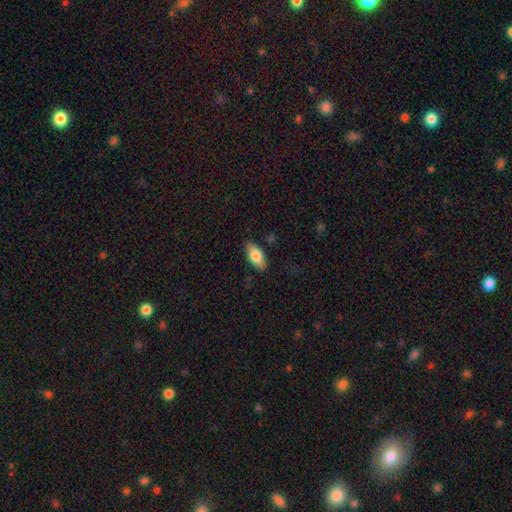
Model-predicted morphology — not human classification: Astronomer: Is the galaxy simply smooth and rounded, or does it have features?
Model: smooth — 75%.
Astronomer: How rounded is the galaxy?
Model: in between — 86%.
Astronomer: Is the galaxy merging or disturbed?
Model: none — 83%.